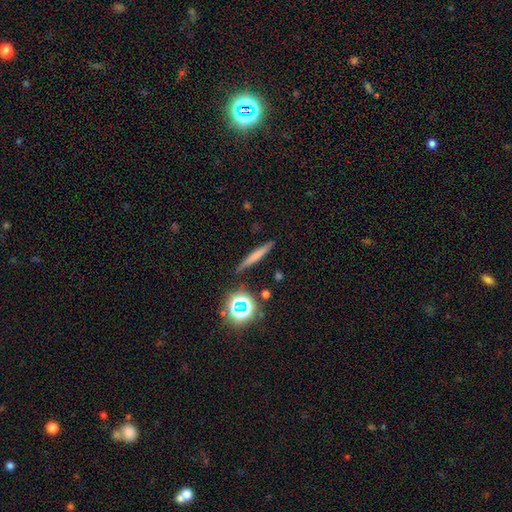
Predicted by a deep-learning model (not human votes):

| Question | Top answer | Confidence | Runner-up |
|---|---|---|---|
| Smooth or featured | smooth | 56% | featured or disk (31%) |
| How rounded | cigar-shaped | 90% | in between (6%) |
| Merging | none | 85% | minor disturbance (10%) |